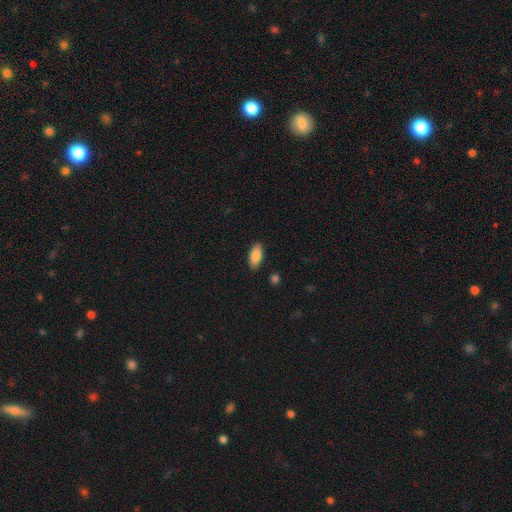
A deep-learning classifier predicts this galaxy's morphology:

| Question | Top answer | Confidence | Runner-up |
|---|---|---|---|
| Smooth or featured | smooth | 85% | featured or disk (8%) |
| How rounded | in between | 89% | cigar-shaped (9%) |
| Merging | none | 87% | minor disturbance (9%) |